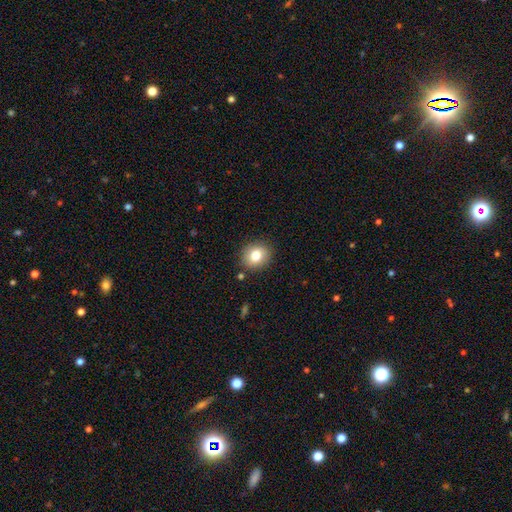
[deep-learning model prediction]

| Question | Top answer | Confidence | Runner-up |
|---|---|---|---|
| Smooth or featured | smooth | 80% | featured or disk (10%) |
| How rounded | round | 69% | in between (30%) |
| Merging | none | 87% | minor disturbance (8%) |